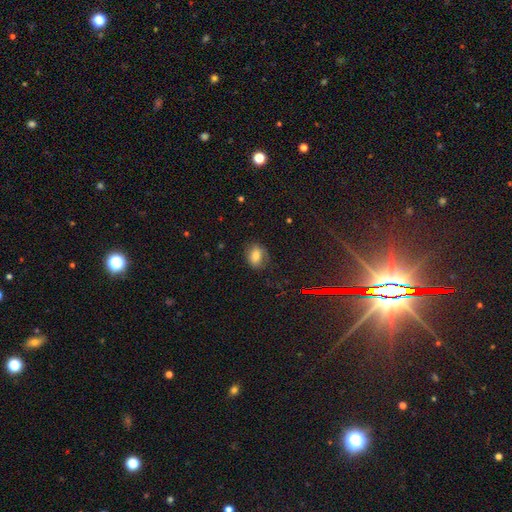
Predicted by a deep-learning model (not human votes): smooth-or-featured: smooth: 68% | featured or disk: 18% | star or artifact: 15%
  how-rounded: in between: 61% | round: 37% | cigar-shaped: 2%
  merging: none: 73% | minor disturbance: 19% | major disturbance: 7% | merger: 1%